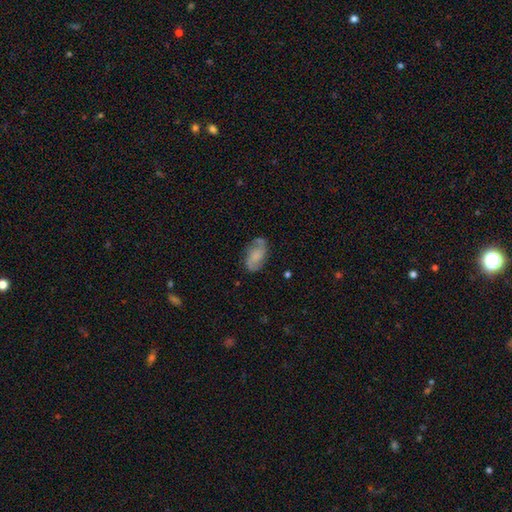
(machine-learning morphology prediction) smooth-or-featured: featured or disk: 57% | smooth: 35% | star or artifact: 8%
  disk-edge-on: no: 96% | yes: 4%
    bar: no: 62% | weak: 31% | strong: 7%
    has-spiral-arms: yes: 89% | no: 11%
    bulge-size: none: 43% | small: 26% | moderate: 20% | large: 10% | dominant: 2%
  merging: none: 70% | minor disturbance: 20% | major disturbance: 7% | merger: 3%